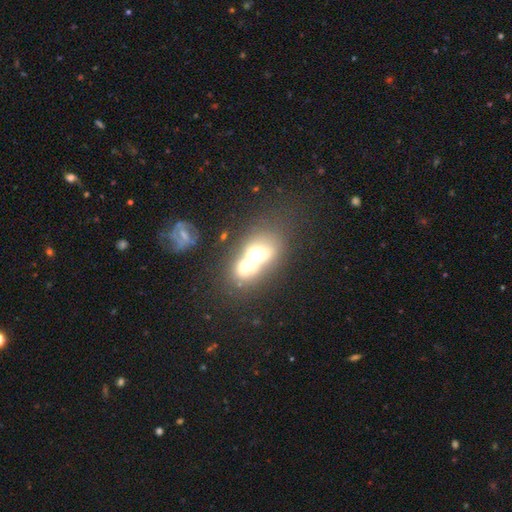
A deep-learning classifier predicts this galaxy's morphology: This appears to be a smooth galaxy with no disk features (54%) that is in between round and cigar-shaped (63%). Merging: merger (71%).